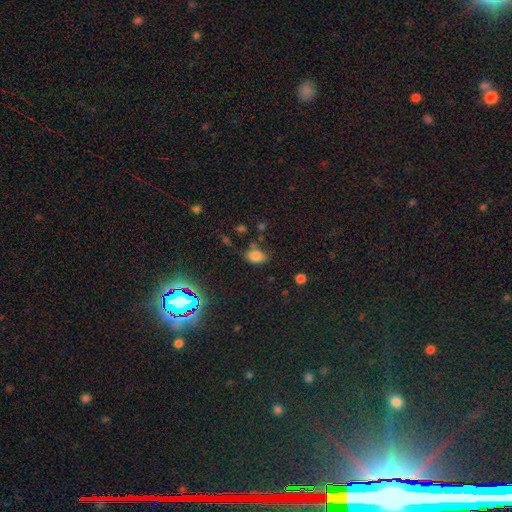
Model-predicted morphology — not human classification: Smooth or featured? Predicted: smooth (p=0.76). How rounded? Predicted: in between (p=0.81). Merging? Predicted: none (p=0.57).